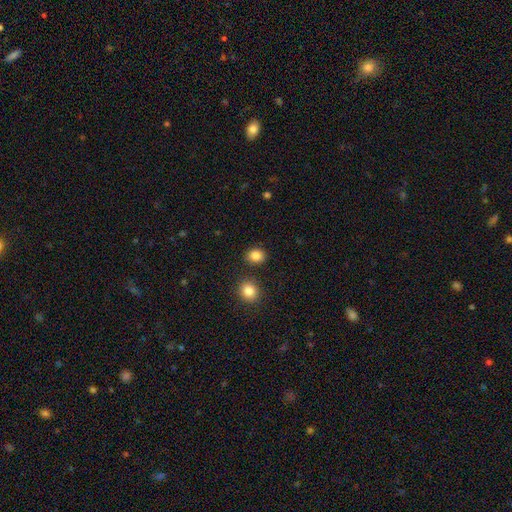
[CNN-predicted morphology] type=smooth (85%); roundness=round (64%); merging=none (83%).